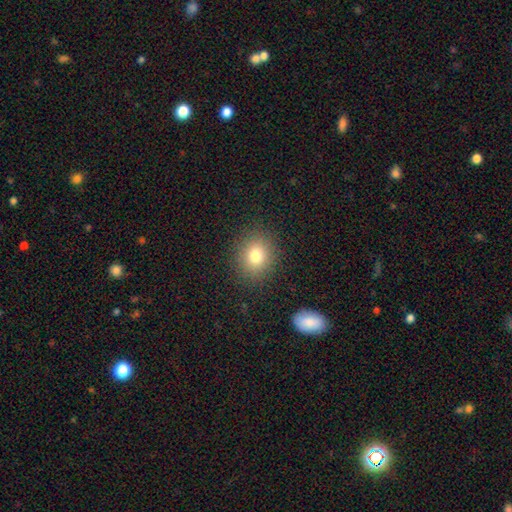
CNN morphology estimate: smooth 79%, star or artifact 12%, featured or disk 9%. Down the decision tree: how rounded — round (69%); merging — none (88%).